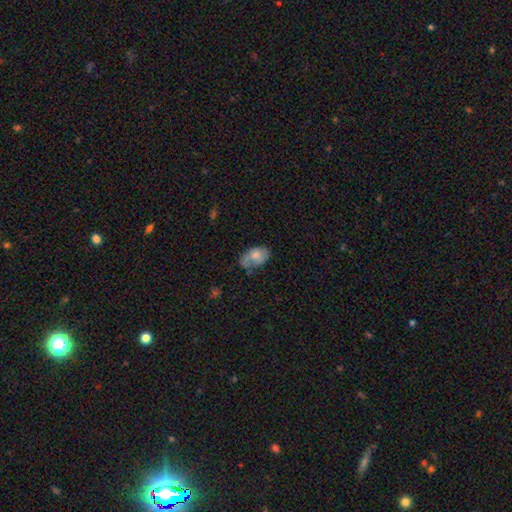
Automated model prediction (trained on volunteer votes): Smooth or featured?
  - smooth: 61% *
  - featured or disk: 31%
  - star or artifact: 8%
How rounded?
  - in between: 89% *
  - round: 9%
  - cigar-shaped: 2%
Merging?
  - none: 46% *
  - minor disturbance: 34%
  - major disturbance: 16%
  - merger: 4%